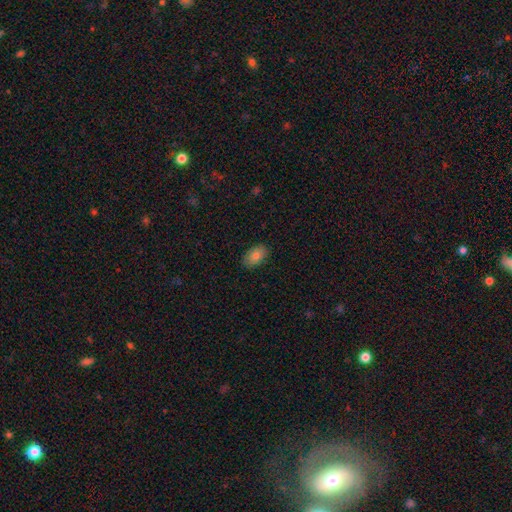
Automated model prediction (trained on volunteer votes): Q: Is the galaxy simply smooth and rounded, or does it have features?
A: smooth — 83%.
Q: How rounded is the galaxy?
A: in between — 93%.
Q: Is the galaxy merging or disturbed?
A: none — 87%.